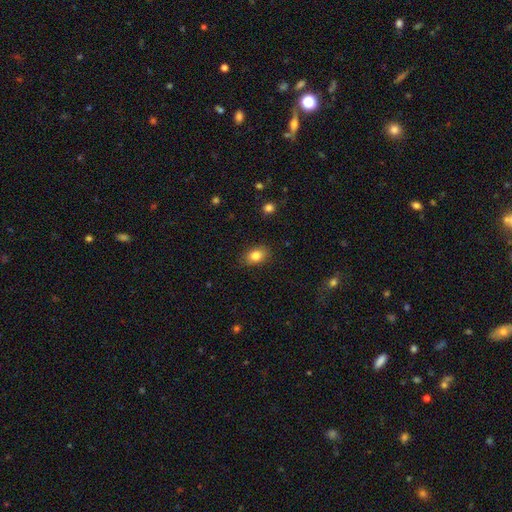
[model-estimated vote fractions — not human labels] A smooth galaxy with no disk features (83%) that is in between round and cigar-shaped (76%).

Vote fractions:
- Smooth or featured? smooth: 83% / star or artifact: 9% / featured or disk: 8%
- How rounded? in between: 76% / round: 23% / cigar-shaped: 1%
- Merging? none: 84% / minor disturbance: 12% / major disturbance: 3% / merger: 1%